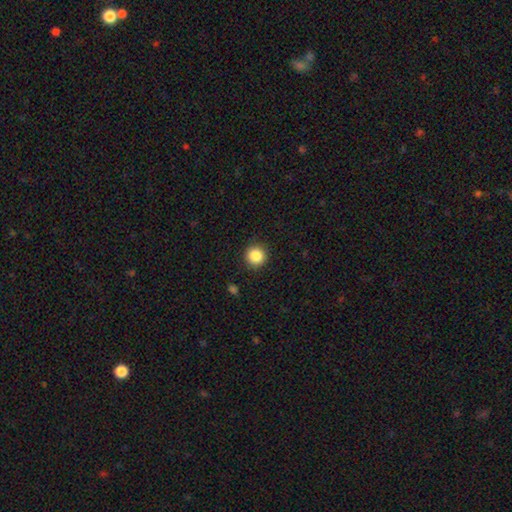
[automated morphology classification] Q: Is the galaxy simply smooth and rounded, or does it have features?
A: smooth — 86%.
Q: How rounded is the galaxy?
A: round — 94%.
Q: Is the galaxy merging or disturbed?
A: none — 91%.